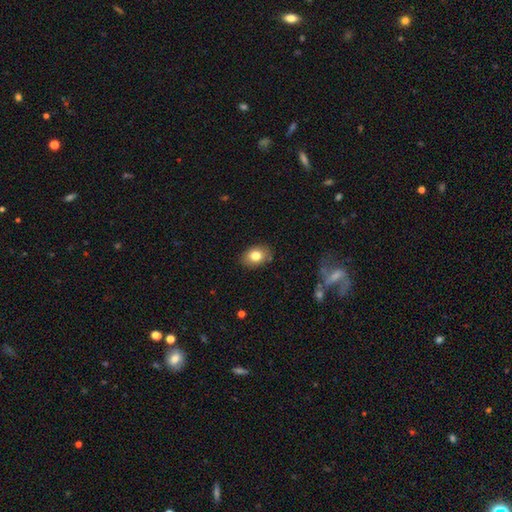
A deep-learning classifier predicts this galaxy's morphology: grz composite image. It shows a smooth galaxy with no disk features (80%) that is in between round and cigar-shaped (74%). Merging: none (85%).